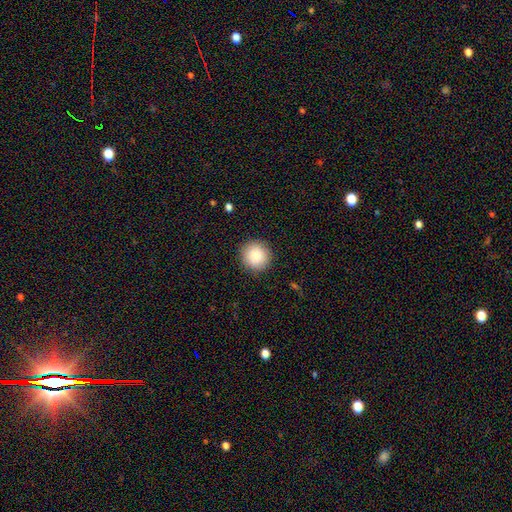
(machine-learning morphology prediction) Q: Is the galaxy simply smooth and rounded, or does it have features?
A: smooth — 87%.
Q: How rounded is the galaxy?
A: round — 94%.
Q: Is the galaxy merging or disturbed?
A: none — 91%.